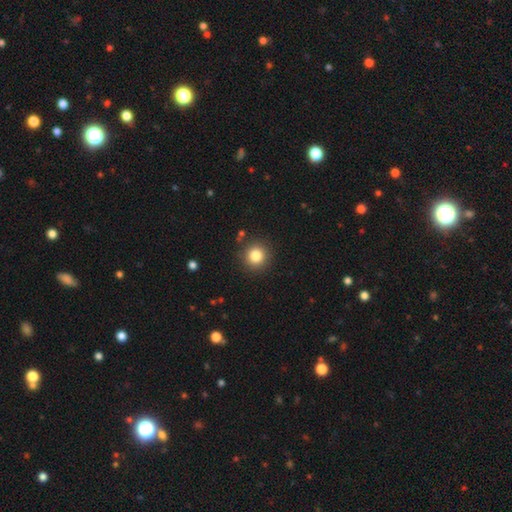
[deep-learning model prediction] Smooth or featured: smooth — 83% (star or artifact — 11%)
How rounded: round — 94% (in between — 5%)
Merging: none — 89% (minor disturbance — 7%)